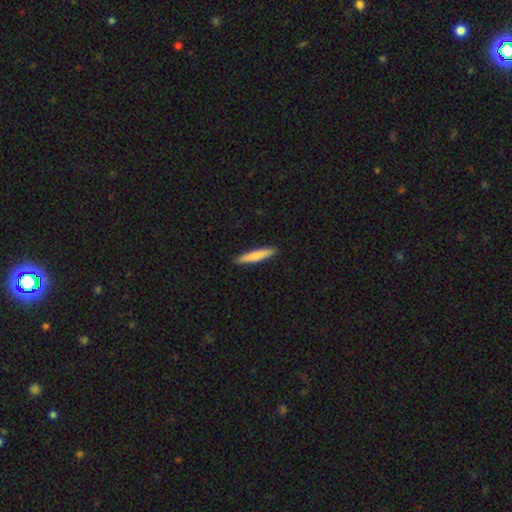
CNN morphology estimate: smooth_or_featured: smooth (p=0.78) [alt: featured or disk p=0.17]
how_rounded: cigar-shaped (p=0.92) [alt: in between p=0.07]
merging: none (p=0.91) [alt: minor disturbance p=0.06]